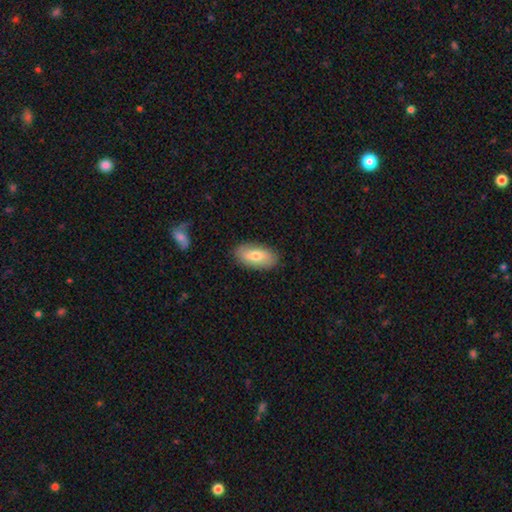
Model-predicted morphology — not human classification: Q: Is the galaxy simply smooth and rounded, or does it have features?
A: smooth — 70%.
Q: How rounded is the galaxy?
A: in between — 90%.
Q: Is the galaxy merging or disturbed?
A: none — 86%.